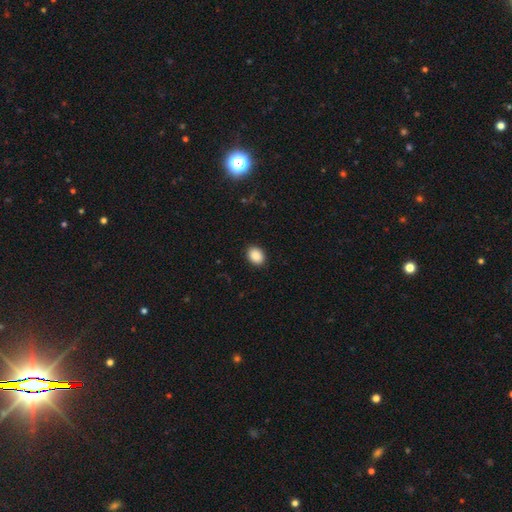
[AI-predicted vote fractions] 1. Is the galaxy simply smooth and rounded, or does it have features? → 90% smooth, 8% star or artifact, 3% featured or disk.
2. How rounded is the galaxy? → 65% in between, 34% round, 1% cigar-shaped.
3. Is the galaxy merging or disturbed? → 91% none, 7% minor disturbance, 2% major disturbance, 1% merger.